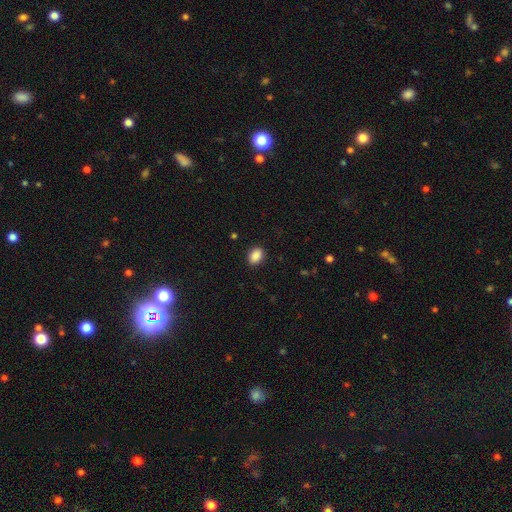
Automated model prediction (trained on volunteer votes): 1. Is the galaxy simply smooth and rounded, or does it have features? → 89% smooth, 8% star or artifact, 3% featured or disk.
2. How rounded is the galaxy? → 74% in between, 24% round, 1% cigar-shaped.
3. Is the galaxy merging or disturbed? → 88% none, 8% minor disturbance, 2% major disturbance, 1% merger.